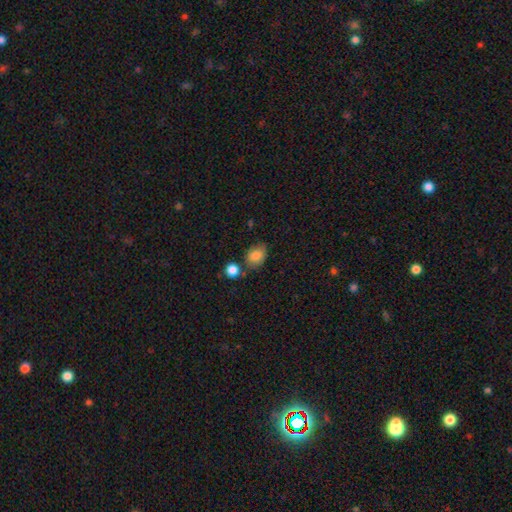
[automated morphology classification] This appears to be a smooth galaxy with no disk features (84%) that is in between round and cigar-shaped (67%). Merging: none (67%).